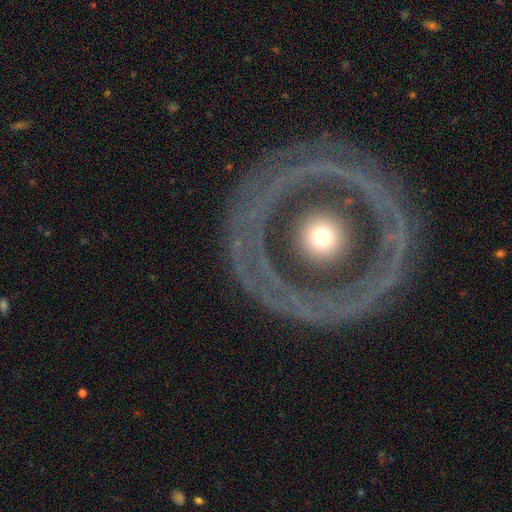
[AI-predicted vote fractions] This is likely a featured or disk galaxy (73%). It is clearly not viewed edge-on (93%). Bar: clearly no (84%). Spiral arm pattern: likely no (76%). Central bulge: likely moderate (72%). Merging: clearly none (82%).